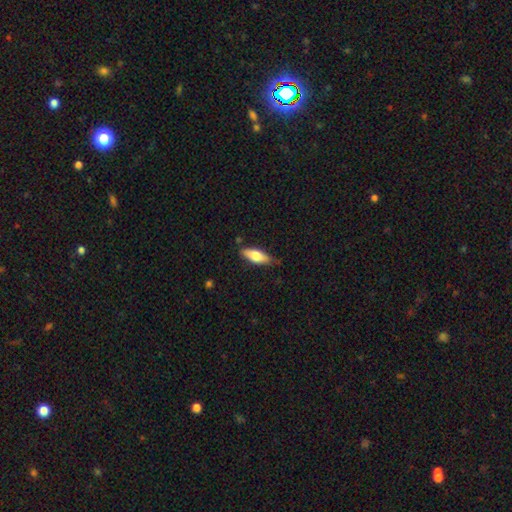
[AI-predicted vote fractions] Smooth or featured? Predicted: smooth (p=0.67). How rounded? Predicted: in between (p=0.65). Merging? Predicted: none (p=0.77).